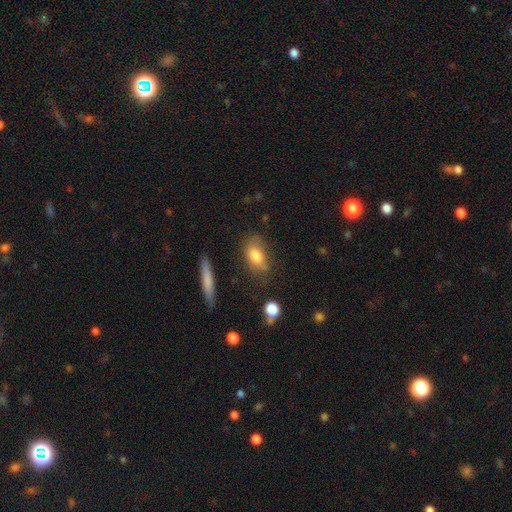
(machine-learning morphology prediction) Smooth or featured? smooth (78%)
How rounded? in between (81%)
Merging? none (65%)